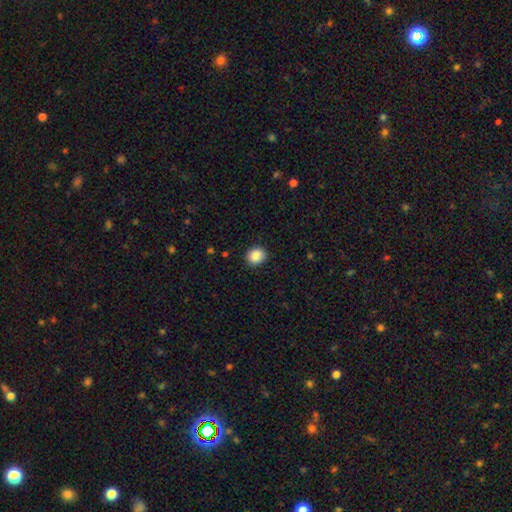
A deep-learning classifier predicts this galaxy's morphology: smooth 87%, star or artifact 8%, featured or disk 4%. Down the decision tree: how rounded — round (70%); merging — none (90%).